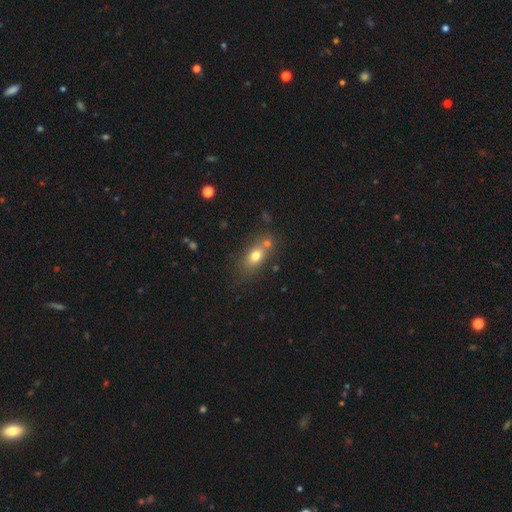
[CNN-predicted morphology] This is likely a smooth galaxy (74%). How rounded: likely in between (75%). Merging: possibly none (53%).